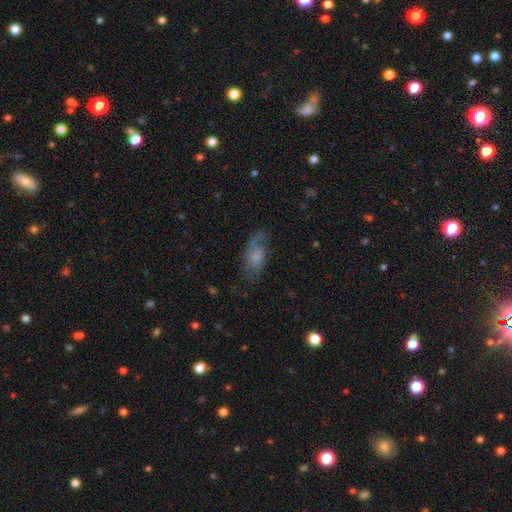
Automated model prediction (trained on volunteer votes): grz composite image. It shows a smooth galaxy with no disk features (47%). Merging: none (61%).